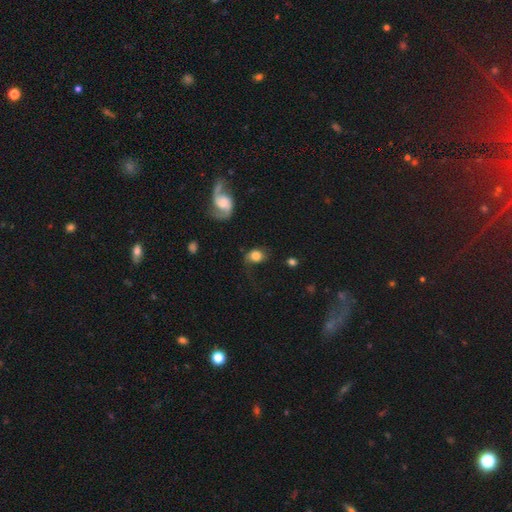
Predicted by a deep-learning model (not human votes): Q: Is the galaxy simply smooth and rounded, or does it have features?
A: smooth — 74%.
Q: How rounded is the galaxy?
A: round — 51%.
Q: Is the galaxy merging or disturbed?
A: none — 45%.